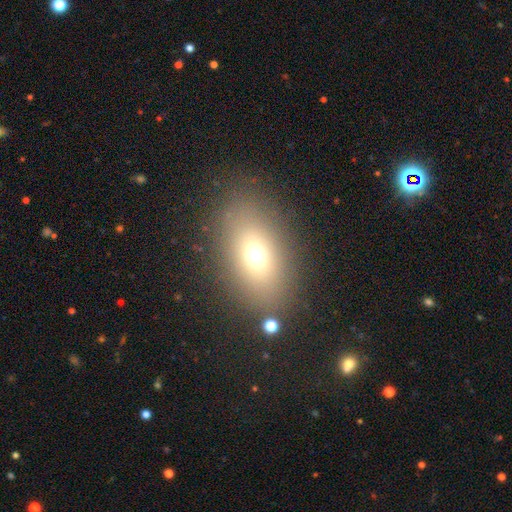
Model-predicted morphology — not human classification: The model was most divided on "smooth or featured": smooth: 69%, featured or disk: 16%, star or artifact: 15%. More confident: merging — none (81%); how rounded — in between (80%).